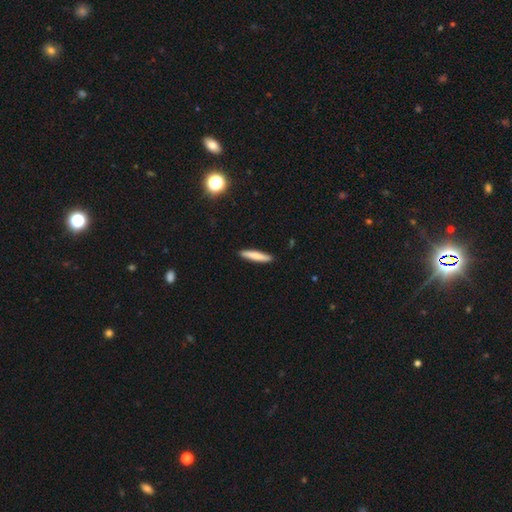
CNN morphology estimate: The model was most divided on "smooth or featured": smooth: 77%, featured or disk: 17%, star or artifact: 6%. More confident: how rounded — cigar-shaped (90%); merging — none (90%).